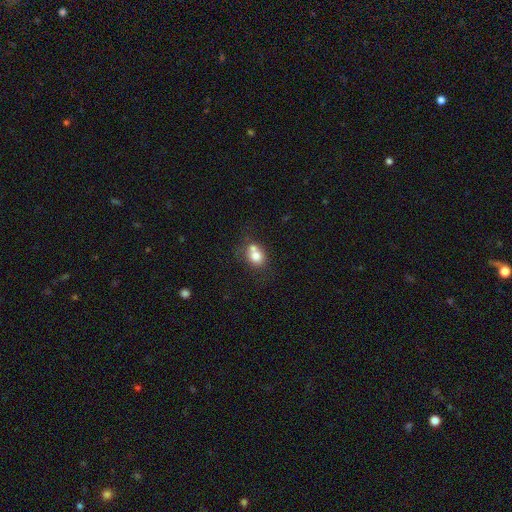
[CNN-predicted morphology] smooth-or-featured: smooth: 75% | featured or disk: 15% | star or artifact: 10%
  how-rounded: round: 59% | in between: 40% | cigar-shaped: 1%
  merging: merger: 44% | none: 40% | minor disturbance: 11% | major disturbance: 5%